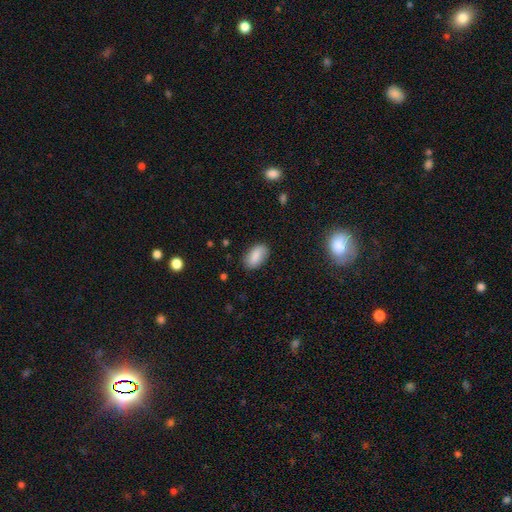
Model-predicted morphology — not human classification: Overall: smooth (84%). How rounded: in between (92%). Merging: none (83%).